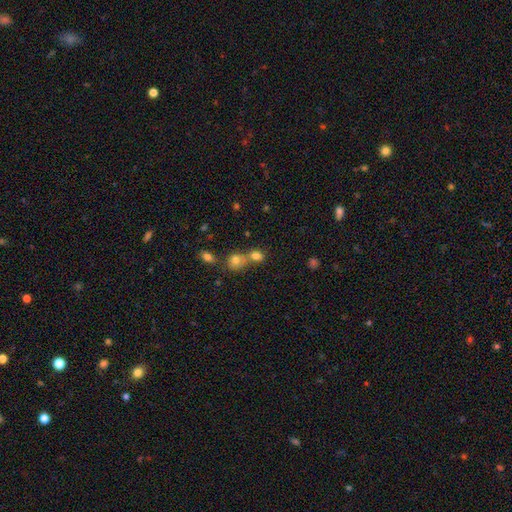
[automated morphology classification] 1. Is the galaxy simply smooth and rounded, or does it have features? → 78% smooth, 14% star or artifact, 8% featured or disk.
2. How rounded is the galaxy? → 66% round, 33% in between, 1% cigar-shaped.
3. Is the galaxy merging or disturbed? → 45% merger, 44% none, 8% minor disturbance, 4% major disturbance.